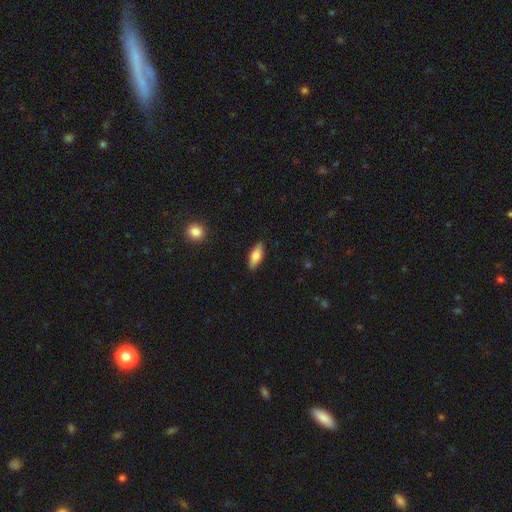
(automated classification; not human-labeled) smooth-or-featured: smooth: 71% | featured or disk: 23% | star or artifact: 6%
  how-rounded: in between: 72% | cigar-shaped: 25% | round: 3%
  merging: none: 88% | minor disturbance: 9% | major disturbance: 2% | merger: 1%